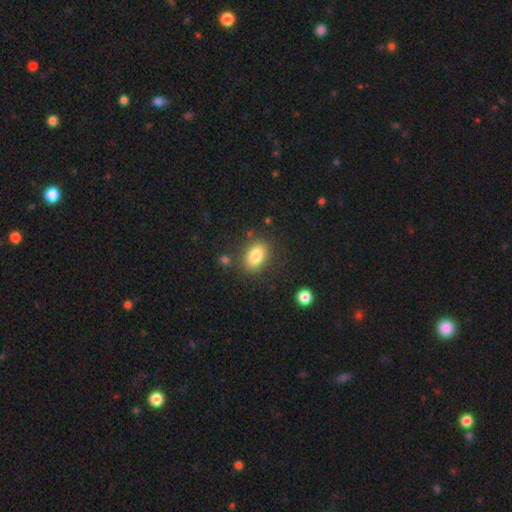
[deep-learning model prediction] Overall: smooth (84%). How rounded: in between (86%). Merging: none (81%).